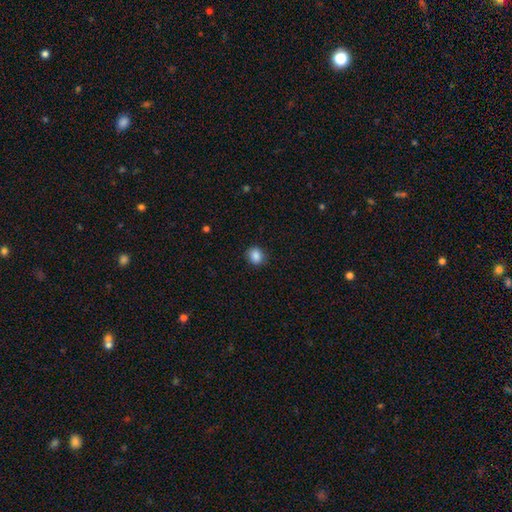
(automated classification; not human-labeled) This is clearly a smooth galaxy (87%). How rounded: likely round (66%). Merging: clearly none (87%).